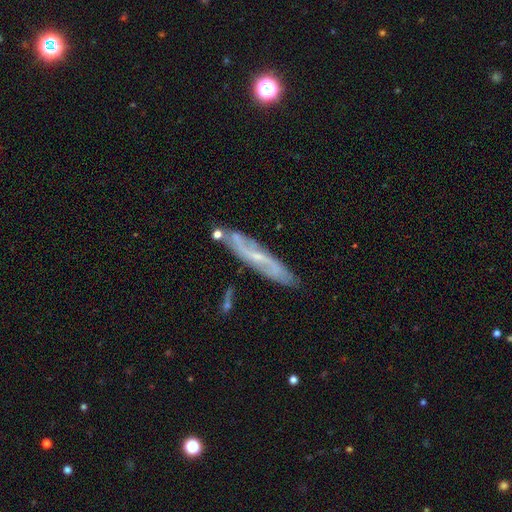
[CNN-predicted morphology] Overall: featured or disk (74%). Edge-on disk: no (63%; yes 37%). Merging: none (76%).